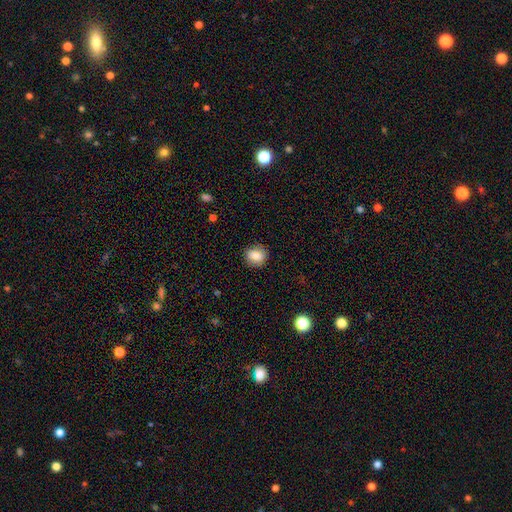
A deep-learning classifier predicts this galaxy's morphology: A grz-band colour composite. It shows a smooth galaxy with no disk features (84%) that is round (69%). Merging: none (82%).